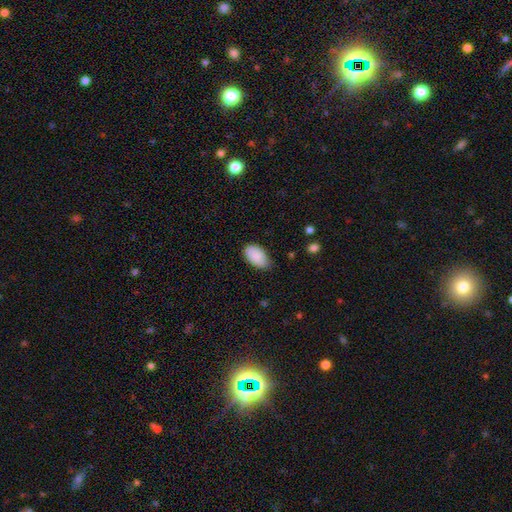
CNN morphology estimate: A smooth galaxy with no disk features (89%) that is in between round and cigar-shaped (95%). Merging: none (72%).